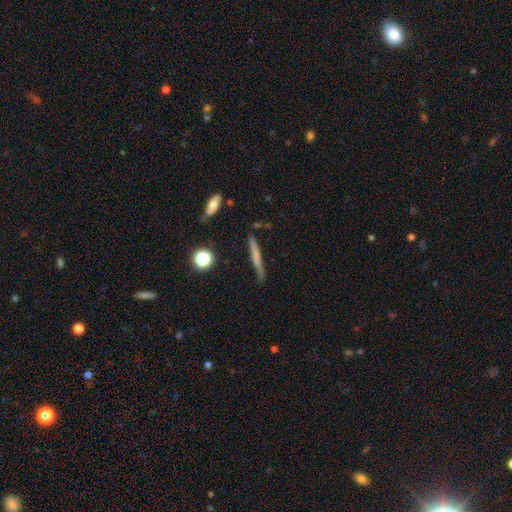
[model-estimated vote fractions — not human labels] A smooth galaxy with no disk features (51%) that is cigar-shaped (93%).

Vote fractions:
- Smooth or featured? smooth: 51% / featured or disk: 40% / star or artifact: 9%
- How rounded? cigar-shaped: 93% / in between: 4% / round: 3%
- Merging? none: 83% / minor disturbance: 12% / major disturbance: 3% / merger: 2%